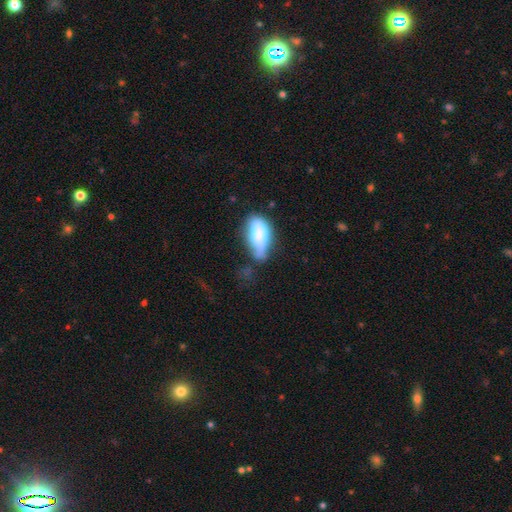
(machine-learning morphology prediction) smooth_or_featured: smooth (p=0.57) [alt: featured or disk p=0.22]
how_rounded: in between (p=0.80) [alt: cigar-shaped p=0.13]
merging: none (p=0.53) [alt: minor disturbance p=0.23]